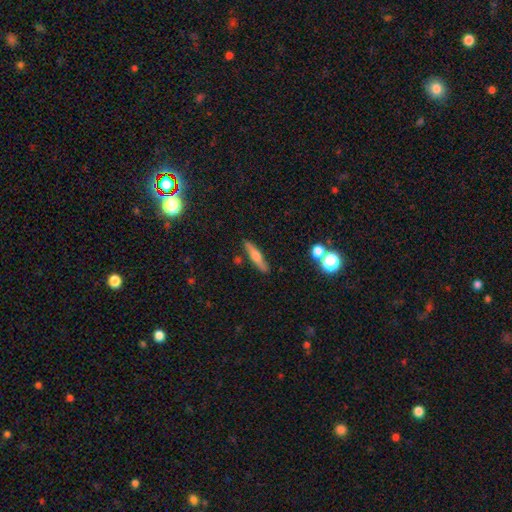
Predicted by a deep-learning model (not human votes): Smooth or featured? featured or disk (46%, tied with smooth)
Merging? none (84%)